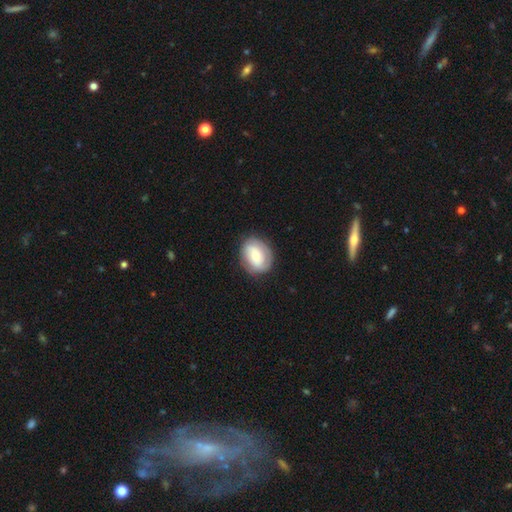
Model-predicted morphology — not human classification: Smooth or featured? Predicted: smooth (p=0.53). How rounded? Predicted: in between (p=0.57). Merging? Predicted: none (p=0.80).